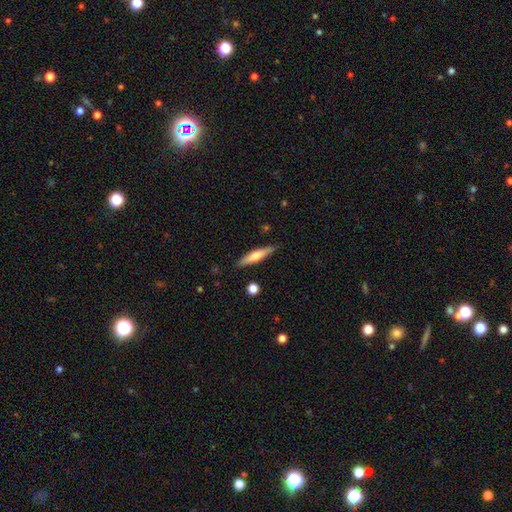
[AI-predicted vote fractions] smooth-or-featured: smooth: 55% | featured or disk: 39% | star or artifact: 6%
  how-rounded: cigar-shaped: 87% | in between: 11% | round: 2%
  merging: none: 88% | minor disturbance: 8% | major disturbance: 2% | merger: 2%